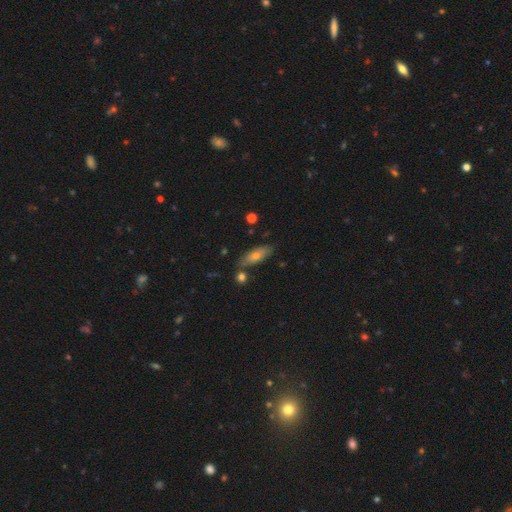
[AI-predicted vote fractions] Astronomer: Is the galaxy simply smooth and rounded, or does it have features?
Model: smooth — 56% (runner-up: featured or disk, 35%).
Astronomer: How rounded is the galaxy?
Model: in between — 59% (runner-up: cigar-shaped, 38%).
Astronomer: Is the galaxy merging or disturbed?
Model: none — 78%.